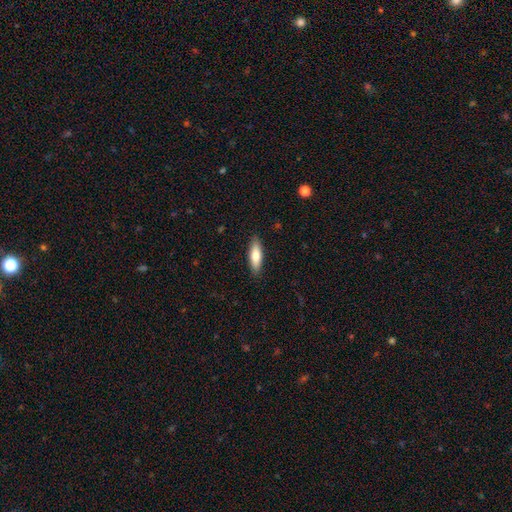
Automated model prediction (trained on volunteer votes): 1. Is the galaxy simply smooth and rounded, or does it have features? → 74% smooth, 20% featured or disk, 6% star or artifact.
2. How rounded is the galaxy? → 50% cigar-shaped, 48% in between, 2% round.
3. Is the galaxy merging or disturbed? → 88% none, 9% minor disturbance, 2% major disturbance, 1% merger.